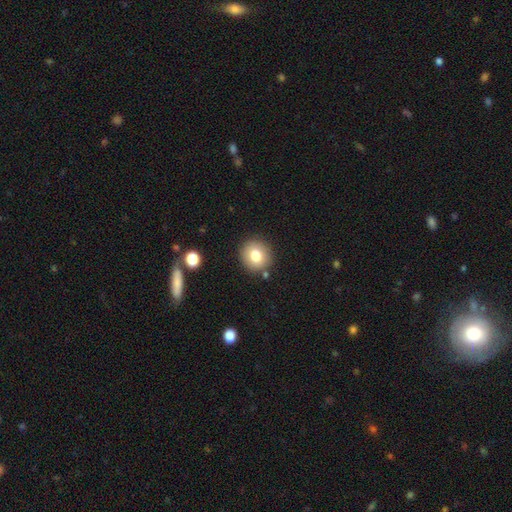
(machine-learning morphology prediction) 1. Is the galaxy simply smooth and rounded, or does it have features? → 79% smooth, 11% featured or disk, 10% star or artifact.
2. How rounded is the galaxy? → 88% round, 11% in between, 1% cigar-shaped.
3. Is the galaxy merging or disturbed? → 87% none, 8% minor disturbance, 3% merger, 2% major disturbance.